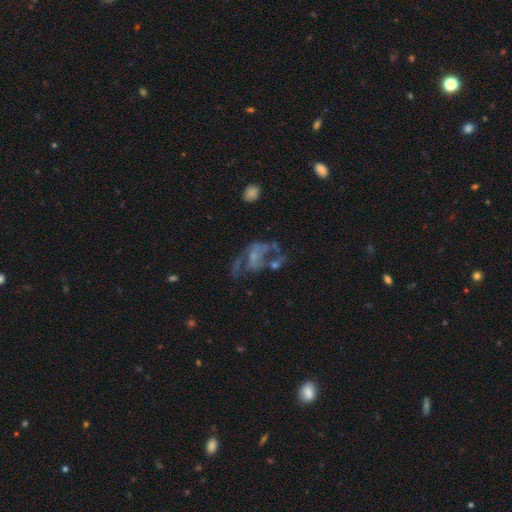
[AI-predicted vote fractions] Smooth or featured: featured or disk — 66% (smooth — 19%)
Edge-on disk: no — 97% (yes — 3%)
Bar: no — 67% (weak — 25%)
Spiral arms: no — 51% (yes — 49%)
Bulge size: small — 49% (none — 31%)
Merging: major disturbance — 42% (none — 27%)